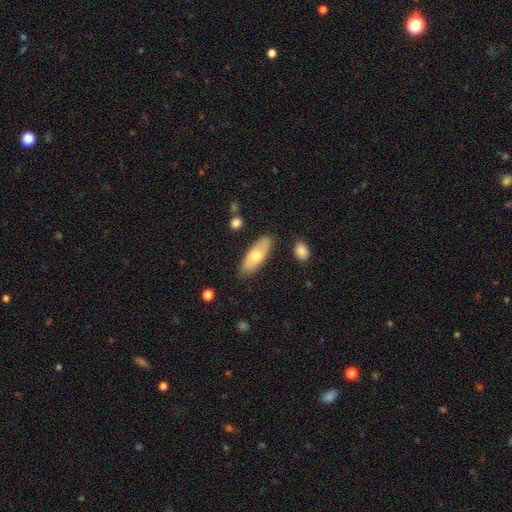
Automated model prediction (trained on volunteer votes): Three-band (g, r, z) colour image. It shows a smooth galaxy with no disk features (60%) that is in between round and cigar-shaped (75%). Merging: none (82%).